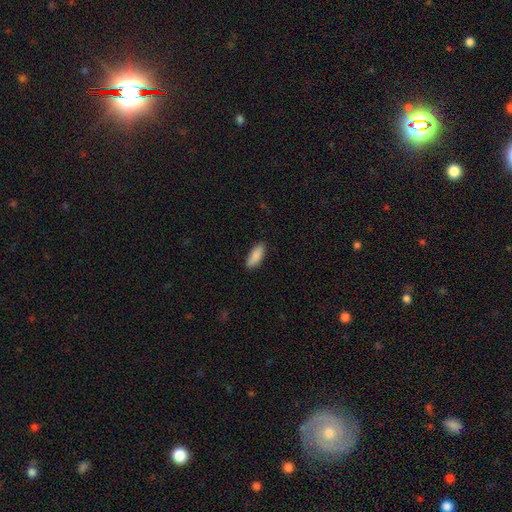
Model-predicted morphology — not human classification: Smooth or featured? Predicted: smooth (p=0.89). How rounded? Predicted: in between (p=0.77). Merging? Predicted: none (p=0.84).